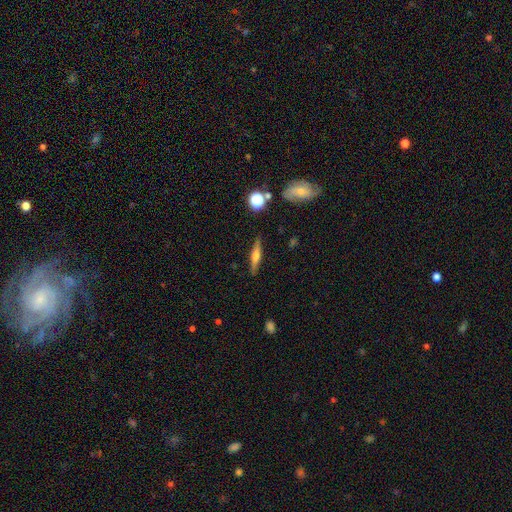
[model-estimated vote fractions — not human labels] Overall: featured or disk (51%; smooth 41%). Edge-on disk: yes (95%). Merging: none (88%).